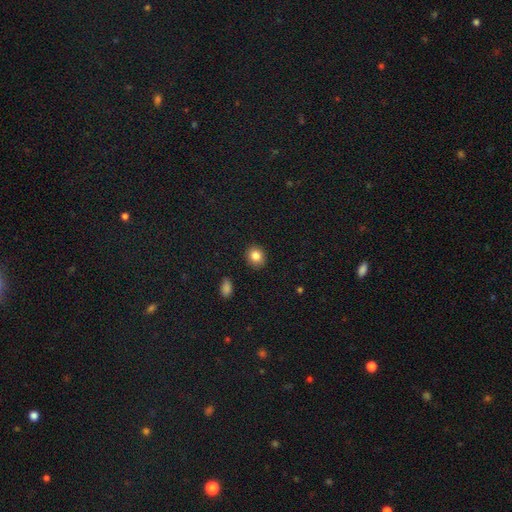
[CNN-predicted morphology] A smooth galaxy with no disk features (84%) that is round (76%). Merging: none (90%).